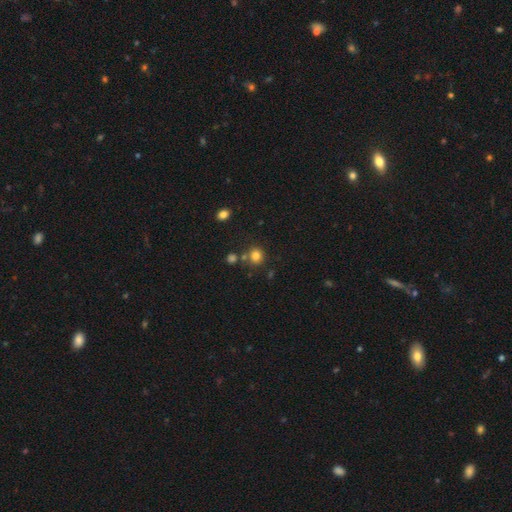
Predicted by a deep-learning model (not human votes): smooth 80%, star or artifact 14%, featured or disk 6%. Down the decision tree: how rounded — round (87%); merging — none (75%).